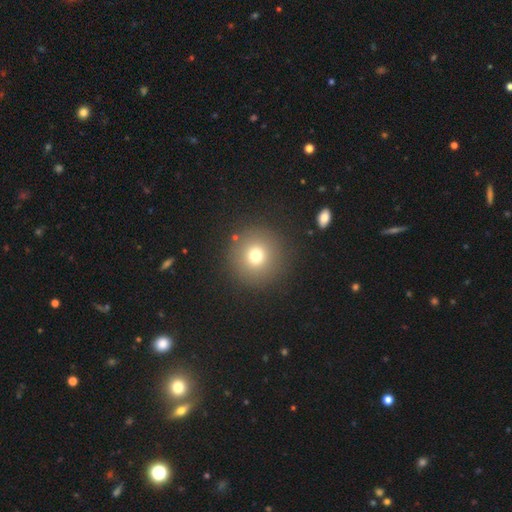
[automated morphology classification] Smooth or featured?
  - smooth: 74% *
  - star or artifact: 16%
  - featured or disk: 11%
How rounded?
  - round: 95% *
  - in between: 4%
  - cigar-shaped: 1%
Merging?
  - none: 89% *
  - minor disturbance: 6%
  - major disturbance: 3%
  - merger: 2%